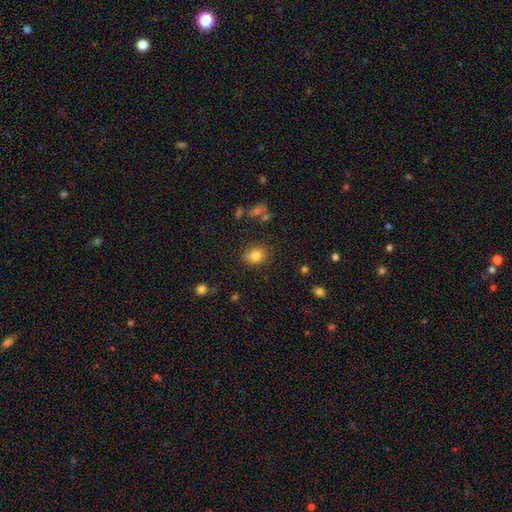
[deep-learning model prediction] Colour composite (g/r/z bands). It shows a smooth galaxy with no disk features (81%) that is round (51%). Merging: none (73%).